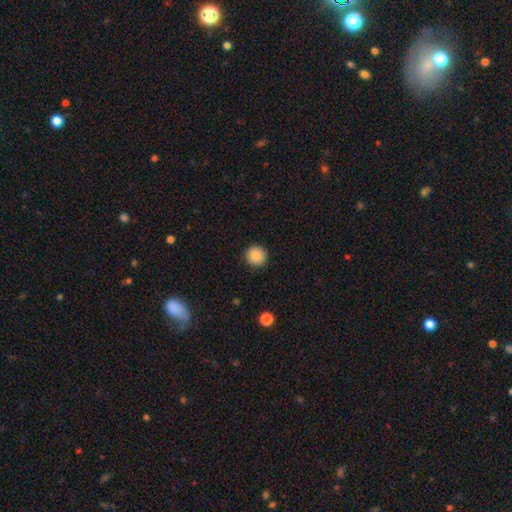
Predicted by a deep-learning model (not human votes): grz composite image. It shows a smooth galaxy with no disk features (87%) that is round (96%). Merging: none (92%).